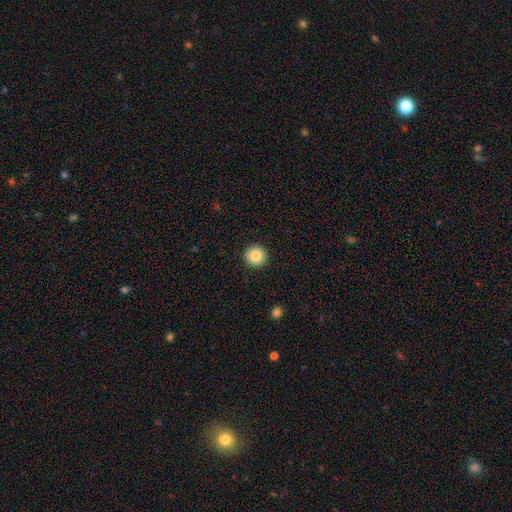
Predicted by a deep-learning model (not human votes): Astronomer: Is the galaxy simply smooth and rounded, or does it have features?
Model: smooth — 86%.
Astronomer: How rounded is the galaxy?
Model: round — 95%.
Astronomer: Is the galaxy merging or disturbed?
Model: none — 93%.